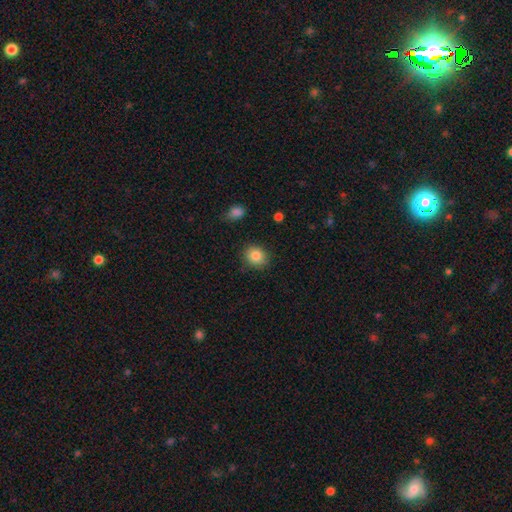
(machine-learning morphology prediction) This is clearly a smooth galaxy (84%). How rounded: likely round (67%). Merging: clearly none (85%).